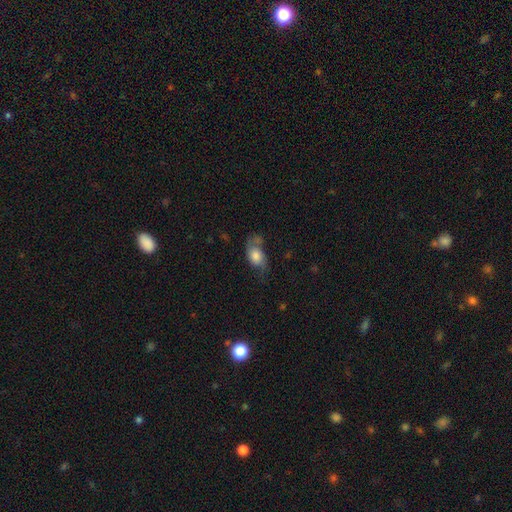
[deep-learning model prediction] Smooth or featured: smooth — 63% (featured or disk — 29%)
How rounded: in between — 78% (round — 19%)
Merging: none — 38% (minor disturbance — 29%)